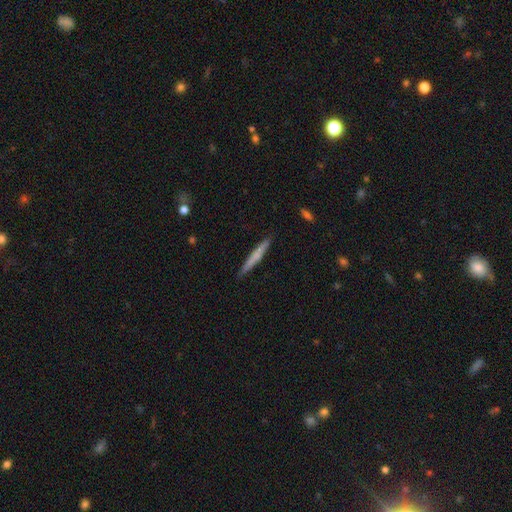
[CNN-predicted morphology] smooth 56%, featured or disk 38%, star or artifact 6%. Down the decision tree: how rounded — cigar-shaped (96%); merging — none (90%).